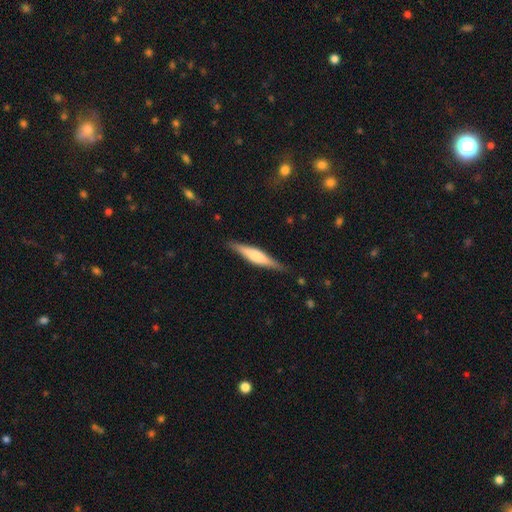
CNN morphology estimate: Smooth or featured? featured or disk (54%)
Edge-on disk? yes (96%)
Edge-on bulge? rounded (56%)
Merging? none (85%)